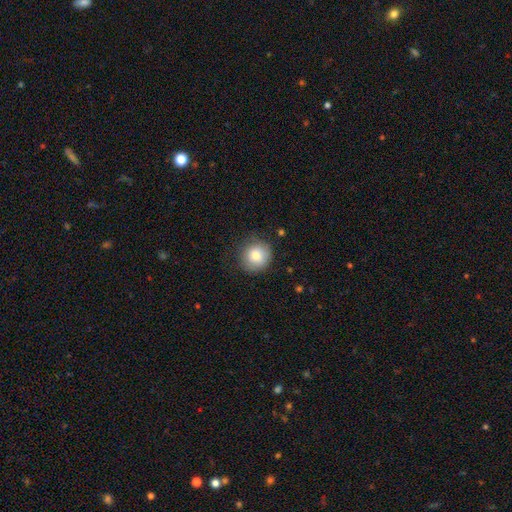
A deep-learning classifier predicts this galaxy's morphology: smooth_or_featured: smooth (p=0.80) [alt: featured or disk p=0.11]
how_rounded: round (p=0.90) [alt: in between p=0.10]
merging: none (p=0.79) [alt: minor disturbance p=0.15]